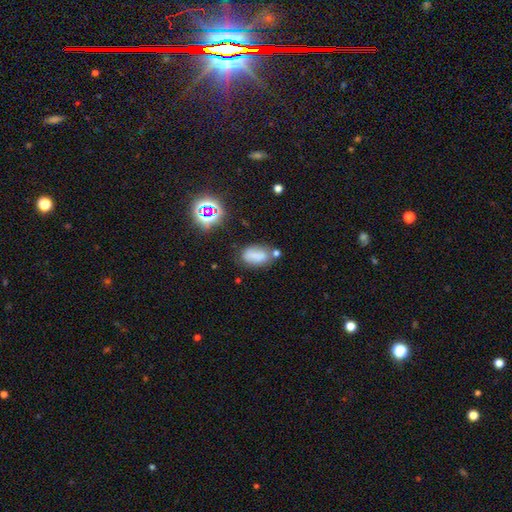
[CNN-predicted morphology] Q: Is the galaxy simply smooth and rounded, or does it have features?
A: smooth — 70%.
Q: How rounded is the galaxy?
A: in between — 88%.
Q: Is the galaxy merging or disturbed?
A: none — 54%.